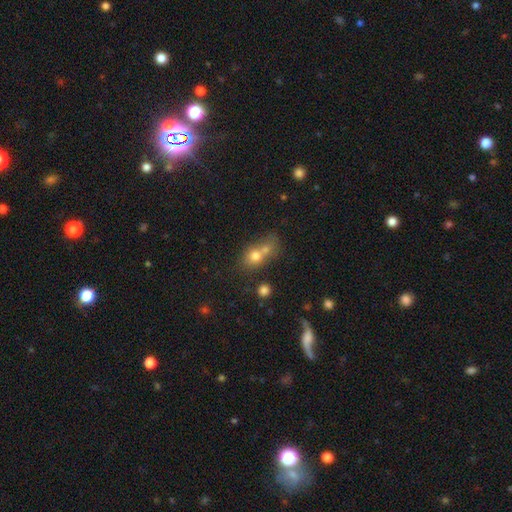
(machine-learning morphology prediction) The model was most divided on "how rounded": round: 62%, in between: 36%, cigar-shaped: 2%. More confident: smooth or featured — smooth (70%); merging — merger (59%).